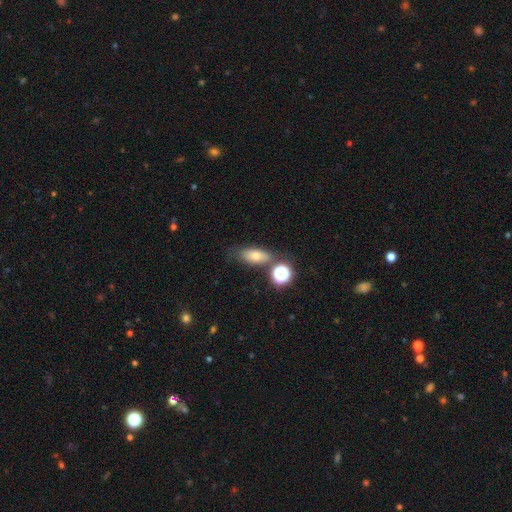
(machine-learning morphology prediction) smooth 67%, featured or disk 18%, star or artifact 15%. Down the decision tree: how rounded — in between (71%); merging — none (67%).